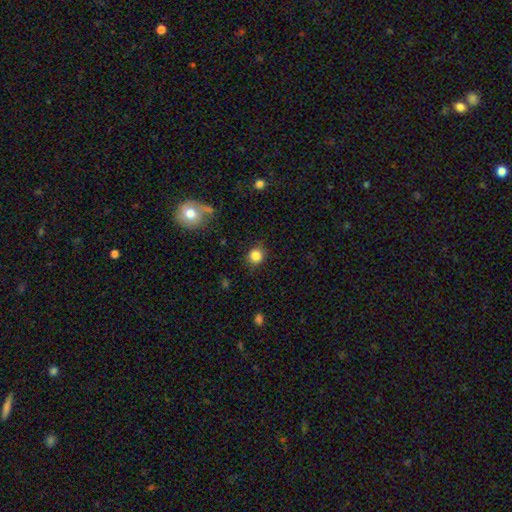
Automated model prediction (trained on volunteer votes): Smooth or featured? Predicted: smooth (p=0.84). How rounded? Predicted: round (p=0.86). Merging? Predicted: none (p=0.86).